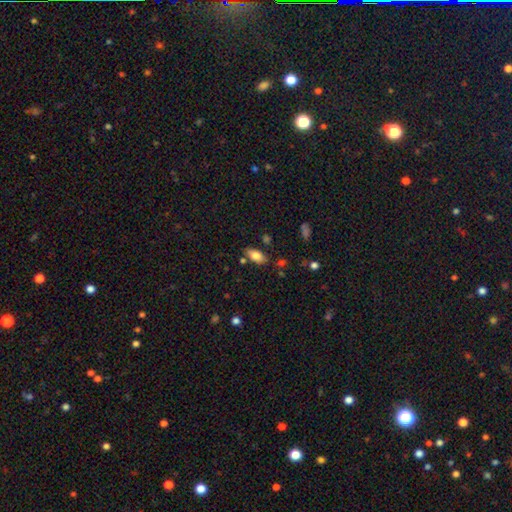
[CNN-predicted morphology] type=smooth (79%); roundness=in between (90%); merging=none (79%).